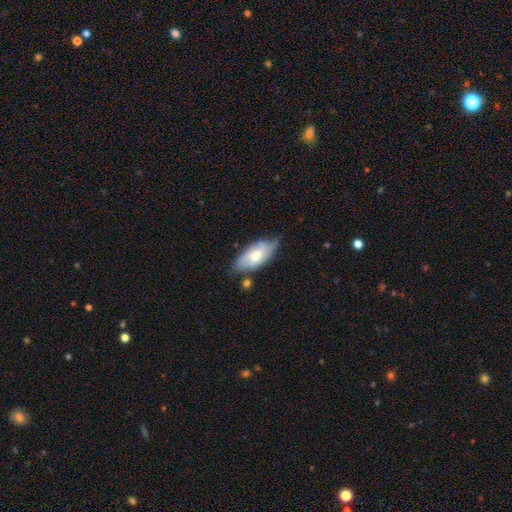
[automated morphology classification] Q: Smooth or featured?
A: smooth (53%); runner-up: featured or disk (41%)
Q: How rounded?
A: in between (88%); runner-up: cigar-shaped (9%)
Q: Merging?
A: none (56%); runner-up: minor disturbance (32%)